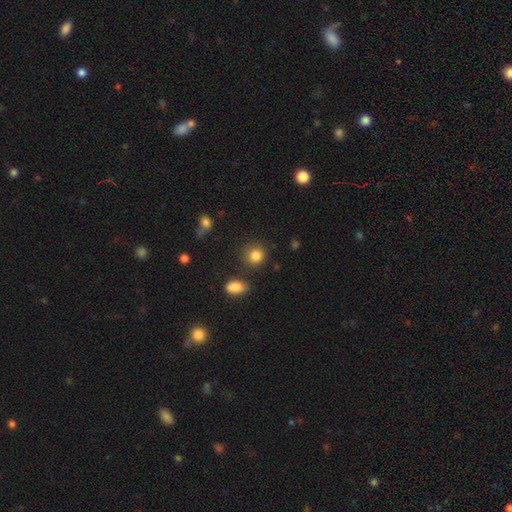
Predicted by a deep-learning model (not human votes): smooth-or-featured: smooth: 85% | star or artifact: 10% | featured or disk: 5%
  how-rounded: round: 86% | in between: 13% | cigar-shaped: 1%
  merging: none: 82% | minor disturbance: 10% | merger: 4% | major disturbance: 4%